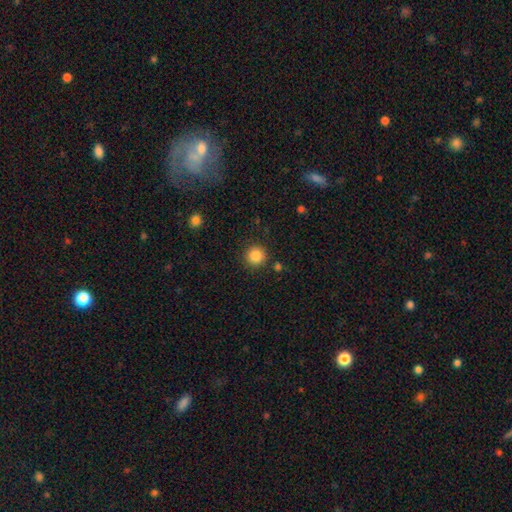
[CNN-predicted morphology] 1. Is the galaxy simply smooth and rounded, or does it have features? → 86% smooth, 10% star or artifact, 4% featured or disk.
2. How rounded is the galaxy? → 95% round, 4% in between, 1% cigar-shaped.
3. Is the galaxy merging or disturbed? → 88% none, 7% minor disturbance, 2% major disturbance, 2% merger.